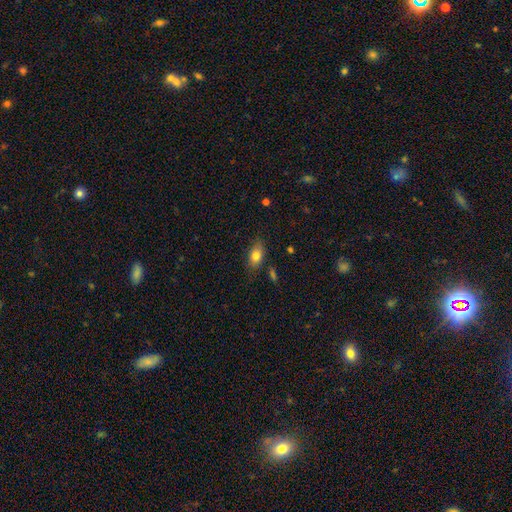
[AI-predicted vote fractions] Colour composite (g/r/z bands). It shows a smooth galaxy with no disk features (79%) that is in between round and cigar-shaped (87%). Merging: none (78%).